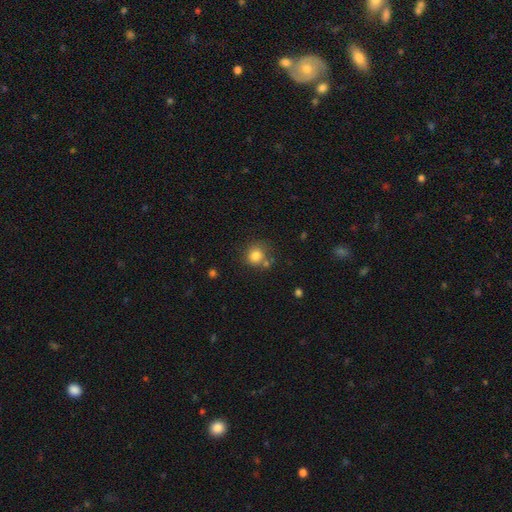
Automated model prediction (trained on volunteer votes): This appears to be a smooth galaxy with no disk features (81%) that is round (90%). Merging: none (69%).